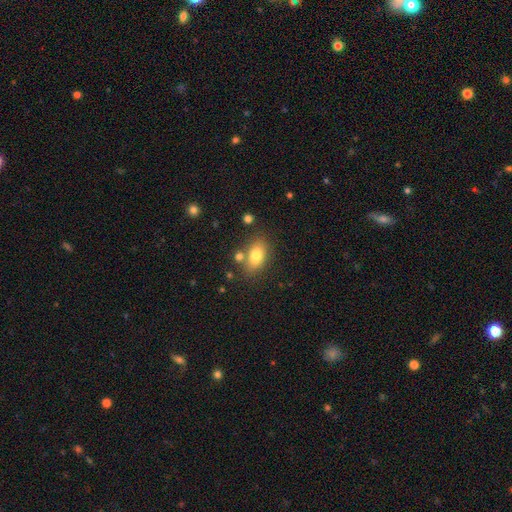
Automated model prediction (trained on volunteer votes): smooth-or-featured: smooth: 78% | featured or disk: 13% | star or artifact: 9%
  how-rounded: in between: 86% | round: 11% | cigar-shaped: 3%
  merging: none: 72% | minor disturbance: 13% | merger: 11% | major disturbance: 4%